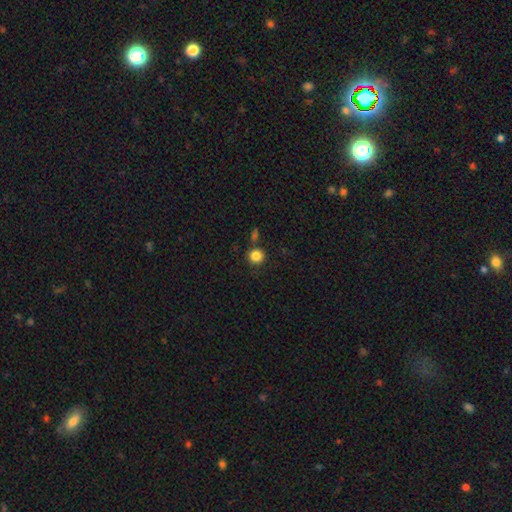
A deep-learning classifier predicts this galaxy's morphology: Smooth or featured? smooth (84%)
How rounded? round (92%)
Merging? none (79%)